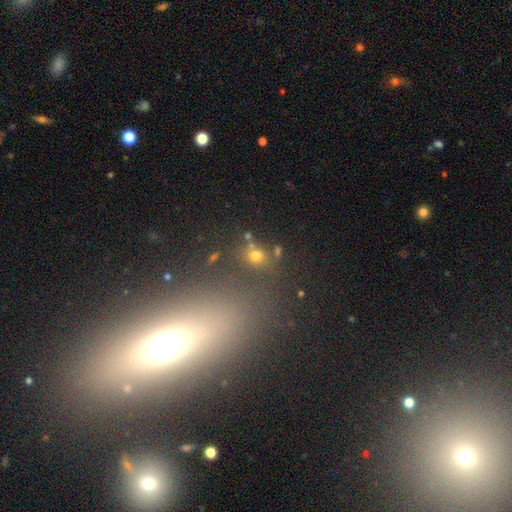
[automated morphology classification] Smooth or featured?
  - smooth: 68% *
  - star or artifact: 23%
  - featured or disk: 9%
How rounded?
  - round: 72% *
  - in between: 26%
  - cigar-shaped: 2%
Merging?
  - none: 71% *
  - merger: 12%
  - minor disturbance: 11%
  - major disturbance: 5%